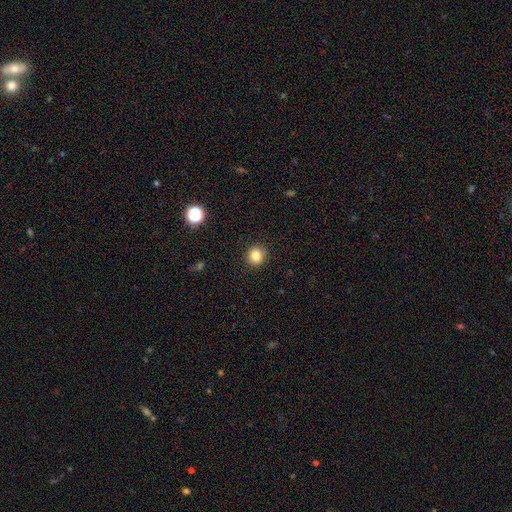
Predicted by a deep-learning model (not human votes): This appears to be a smooth galaxy with no disk features (83%) that is round (91%). Merging: none (91%).